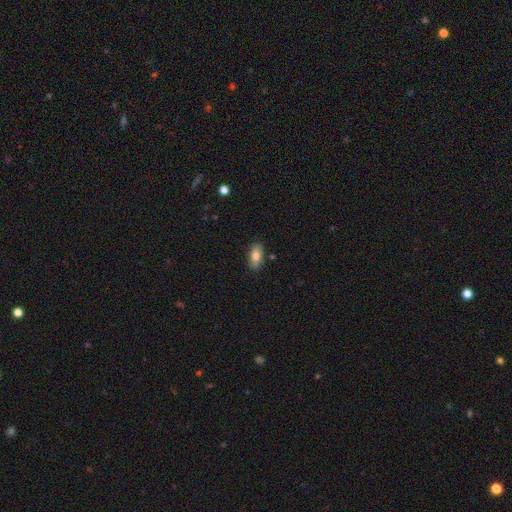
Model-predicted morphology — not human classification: This is clearly a smooth galaxy (82%). How rounded: clearly in between (90%). Merging: clearly none (85%).